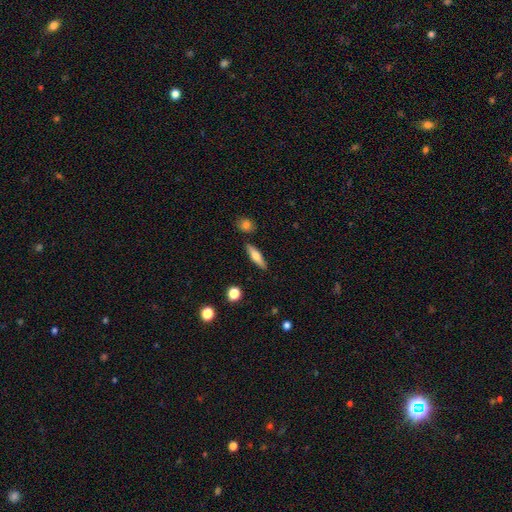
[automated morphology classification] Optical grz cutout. It shows a smooth galaxy with no disk features (58%) that is cigar-shaped (67%). Merging: none (85%).